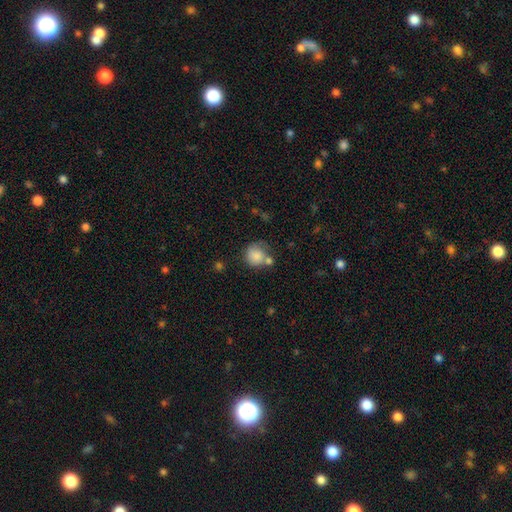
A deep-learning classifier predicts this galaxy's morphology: Smooth or featured?
  - smooth: 81% *
  - featured or disk: 11%
  - star or artifact: 8%
How rounded?
  - round: 83% *
  - in between: 16%
  - cigar-shaped: 1%
Merging?
  - none: 45% *
  - merger: 22%
  - minor disturbance: 21%
  - major disturbance: 11%